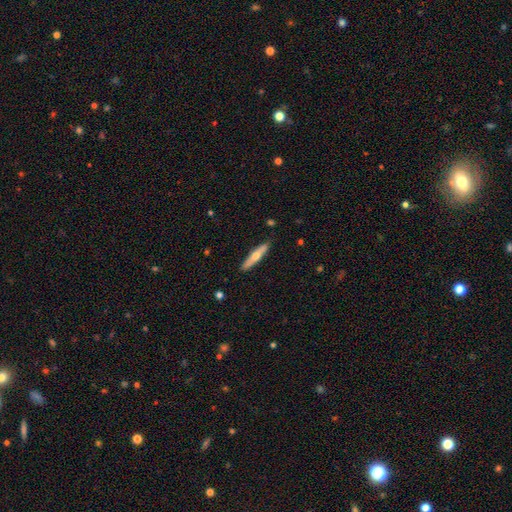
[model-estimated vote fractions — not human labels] A featured or disk galaxy (48%).

Vote fractions:
- Smooth or featured? featured or disk: 48% / smooth: 46% / star or artifact: 6%
- Merging? none: 89% / minor disturbance: 8% / major disturbance: 1% / merger: 1%